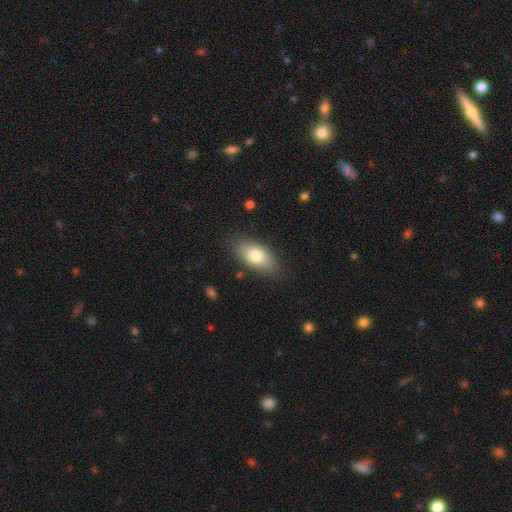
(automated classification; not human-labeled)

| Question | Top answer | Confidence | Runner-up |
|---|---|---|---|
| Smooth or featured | smooth | 77% | featured or disk (16%) |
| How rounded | in between | 90% | cigar-shaped (5%) |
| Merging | none | 82% | minor disturbance (13%) |